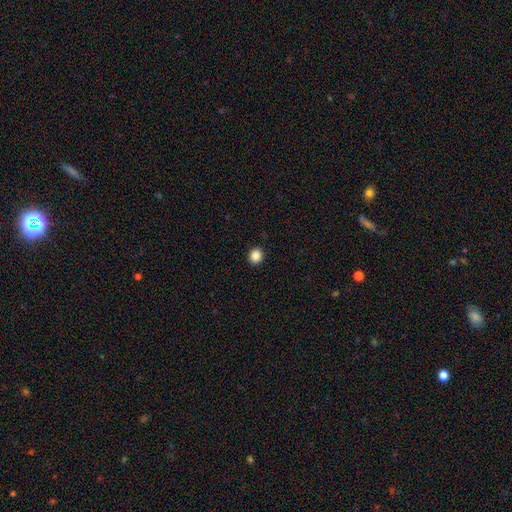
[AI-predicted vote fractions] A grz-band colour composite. It shows a smooth galaxy with no disk features (87%) that is round (81%). Merging: none (93%).